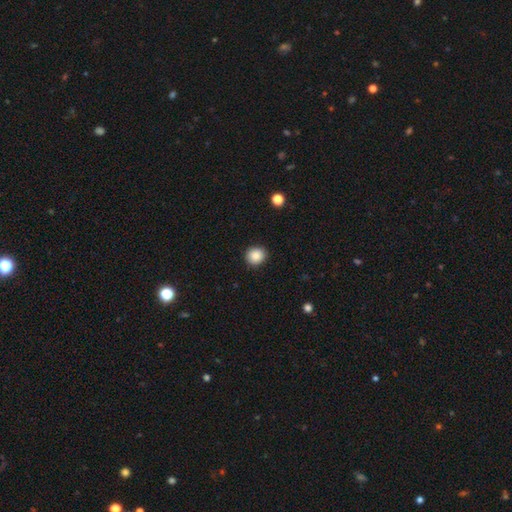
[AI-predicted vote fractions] Smooth or featured: smooth — 87% (star or artifact — 9%)
How rounded: round — 85% (in between — 15%)
Merging: none — 90% (minor disturbance — 7%)